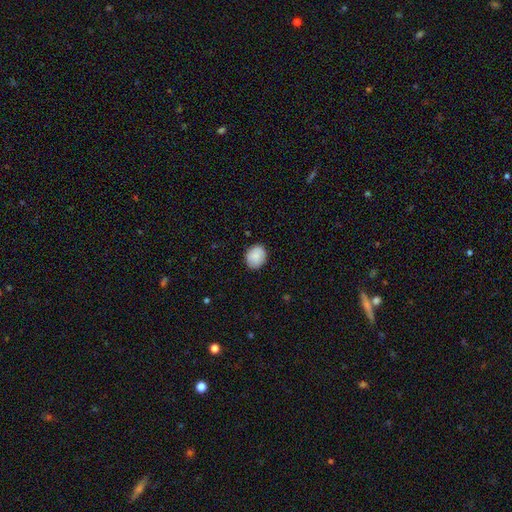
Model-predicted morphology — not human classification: Smooth or featured: smooth — 86% (star or artifact — 7%)
How rounded: round — 63% (in between — 36%)
Merging: none — 86% (minor disturbance — 11%)